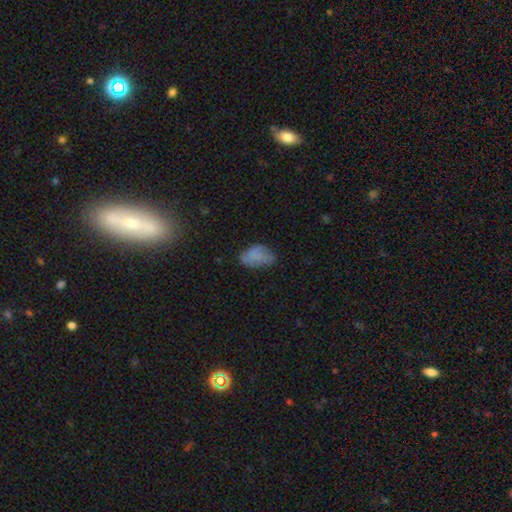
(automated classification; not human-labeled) This appears to be a smooth galaxy with no disk features (71%) that is in between round and cigar-shaped (89%). Merging: none (52%).